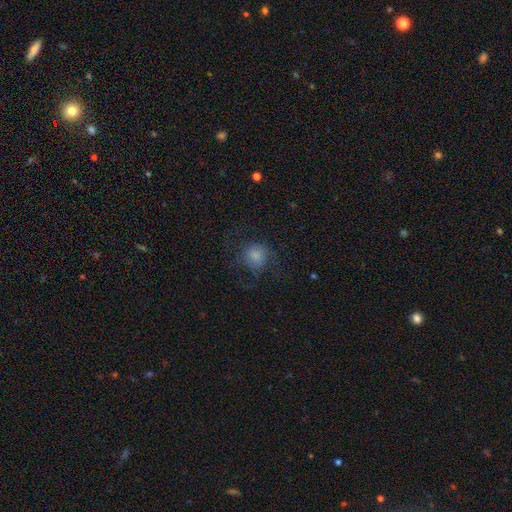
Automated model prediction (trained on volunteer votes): This appears to be a smooth galaxy with no disk features (67%) that is round (78%). Merging: none (54%).